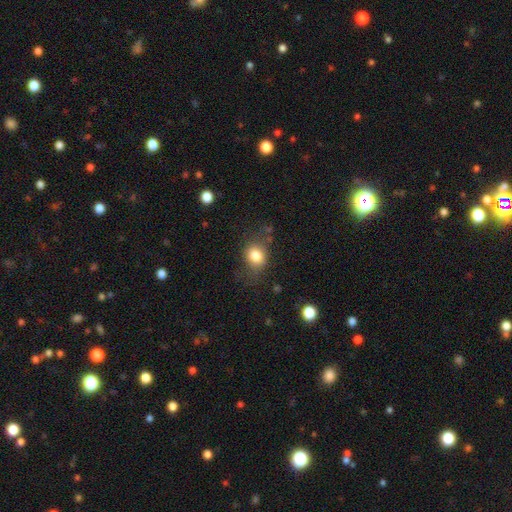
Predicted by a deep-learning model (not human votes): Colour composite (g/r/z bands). It shows a smooth galaxy with no disk features (80%) that is round (55%). Merging: none (66%).